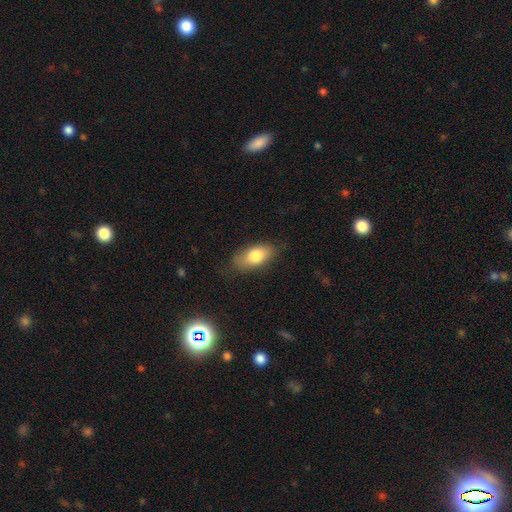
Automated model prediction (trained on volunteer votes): smooth 78%, featured or disk 15%, star or artifact 7%. Down the decision tree: how rounded — in between (89%); merging — none (75%).